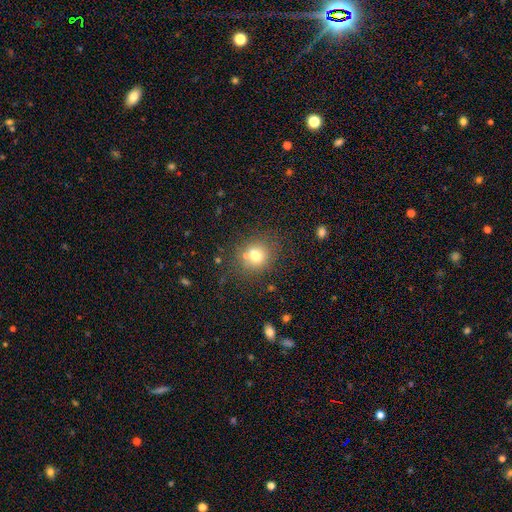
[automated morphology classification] Q: Smooth or featured?
A: smooth (70%); runner-up: featured or disk (16%)
Q: How rounded?
A: round (79%); runner-up: in between (20%)
Q: Merging?
A: none (63%); runner-up: merger (20%)